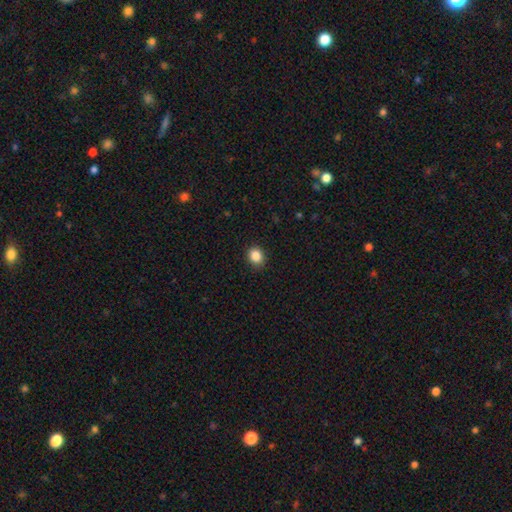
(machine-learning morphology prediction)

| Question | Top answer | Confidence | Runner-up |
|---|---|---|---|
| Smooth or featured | smooth | 87% | star or artifact (10%) |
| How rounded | round | 66% | in between (33%) |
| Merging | none | 88% | minor disturbance (9%) |